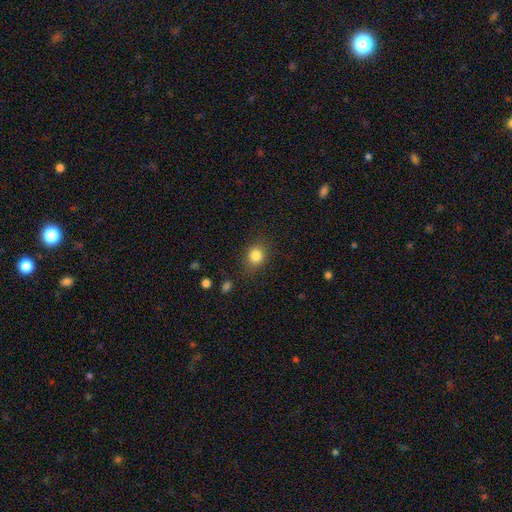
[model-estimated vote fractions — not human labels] smooth_or_featured: smooth (p=0.83) [alt: star or artifact p=0.11]
how_rounded: round (p=0.69) [alt: in between p=0.30]
merging: none (p=0.82) [alt: minor disturbance p=0.12]